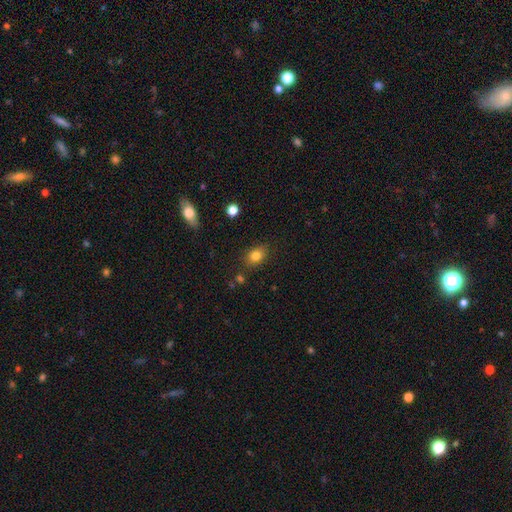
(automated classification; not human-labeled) This is clearly a smooth galaxy (81%). How rounded: likely in between (68%). Merging: clearly none (82%).